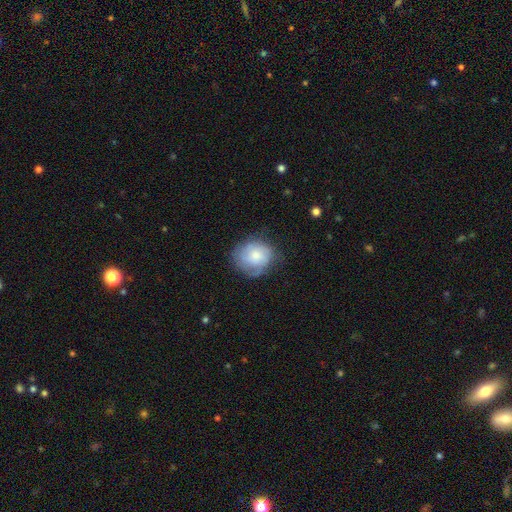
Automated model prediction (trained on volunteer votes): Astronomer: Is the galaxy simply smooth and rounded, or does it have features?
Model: smooth — 58% (runner-up: featured or disk, 35%).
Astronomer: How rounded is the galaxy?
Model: round — 72%.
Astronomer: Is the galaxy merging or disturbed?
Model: none — 58%.